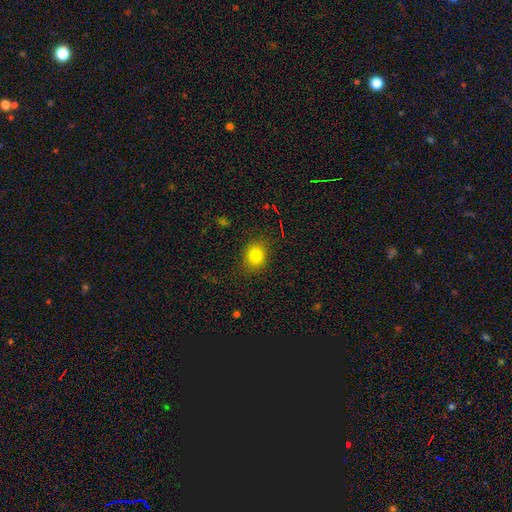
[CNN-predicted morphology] smooth_or_featured: smooth (p=0.80) [alt: star or artifact p=0.13]
how_rounded: round (p=0.60) [alt: in between p=0.39]
merging: none (p=0.83) [alt: minor disturbance p=0.12]